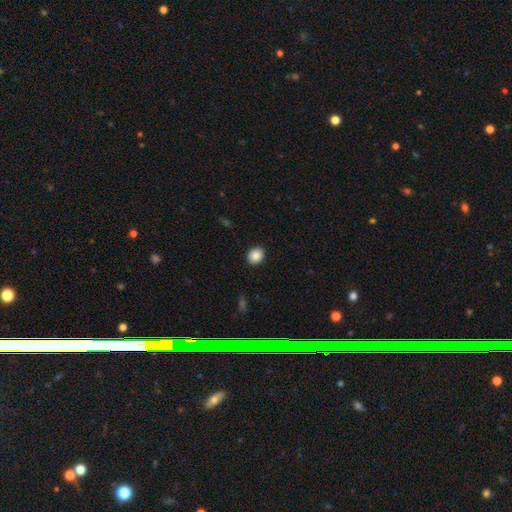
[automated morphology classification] This appears to be a smooth galaxy with no disk features (86%) that is round (60%). Merging: none (91%).